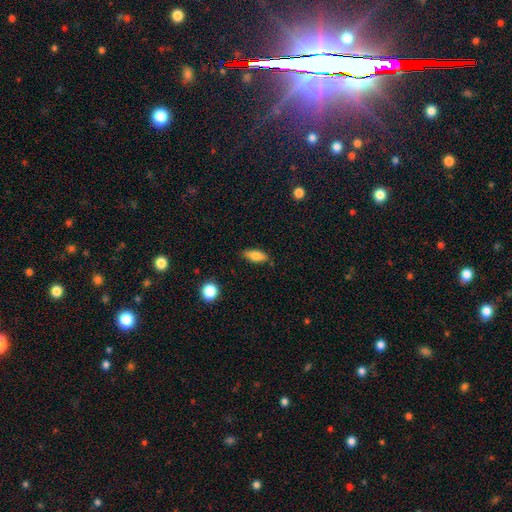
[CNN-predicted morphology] smooth-or-featured: smooth: 77% | featured or disk: 15% | star or artifact: 8%
  how-rounded: in between: 72% | cigar-shaped: 24% | round: 4%
  merging: none: 81% | minor disturbance: 14% | major disturbance: 3% | merger: 2%